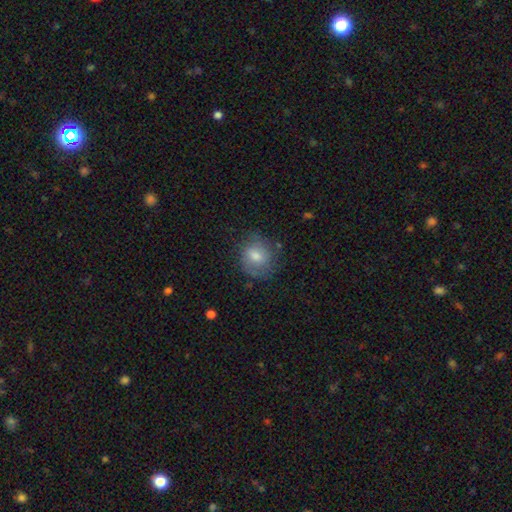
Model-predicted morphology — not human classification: smooth 59%, featured or disk 32%, star or artifact 9%. Down the decision tree: how rounded — round (73%); merging — none (70%).